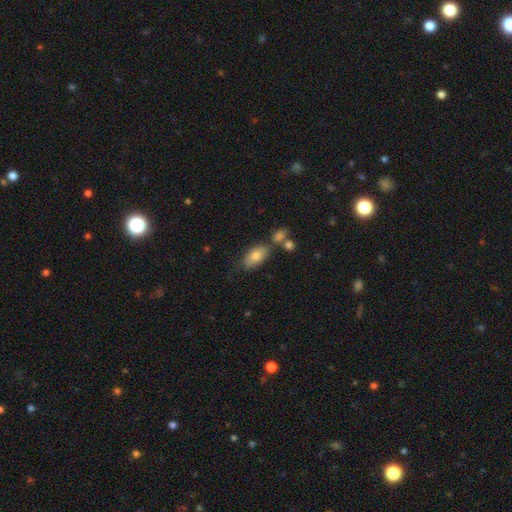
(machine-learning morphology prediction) Q: Smooth or featured?
A: smooth (79%); runner-up: featured or disk (13%)
Q: How rounded?
A: in between (90%); runner-up: cigar-shaped (5%)
Q: Merging?
A: none (65%); runner-up: minor disturbance (15%)